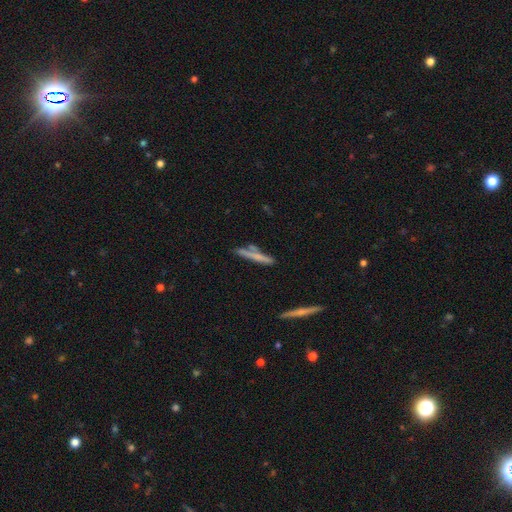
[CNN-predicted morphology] A smooth galaxy with no disk features (57%) that is cigar-shaped (92%).

Vote fractions:
- Smooth or featured? smooth: 57% / featured or disk: 35% / star or artifact: 8%
- How rounded? cigar-shaped: 92% / in between: 6% / round: 2%
- Merging? none: 71% / minor disturbance: 15% / merger: 11% / major disturbance: 4%